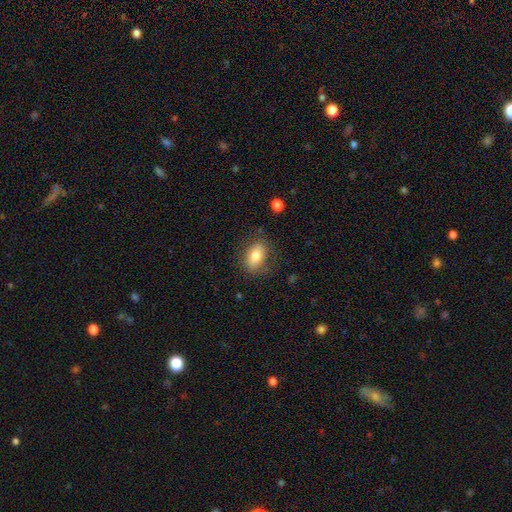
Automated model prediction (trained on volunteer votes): Morphology: type=smooth (78%); roundness=in between (83%); merging=none (76%).